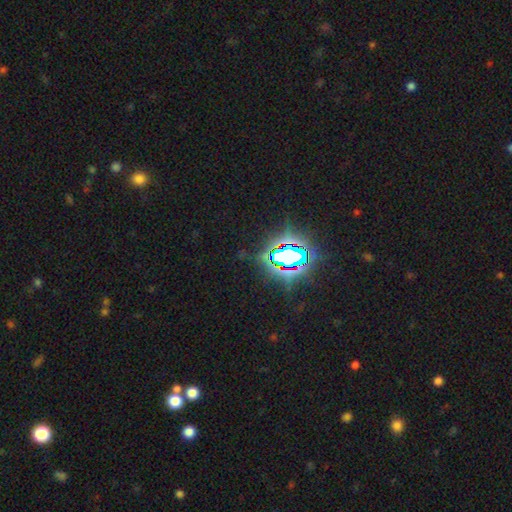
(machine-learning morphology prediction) This is clearly a star or artifact rather than a galaxy (81%).